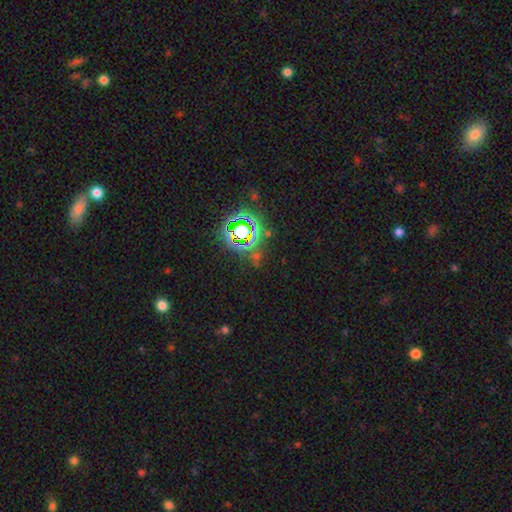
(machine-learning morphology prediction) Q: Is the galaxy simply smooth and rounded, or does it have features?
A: star or artifact — 74%.